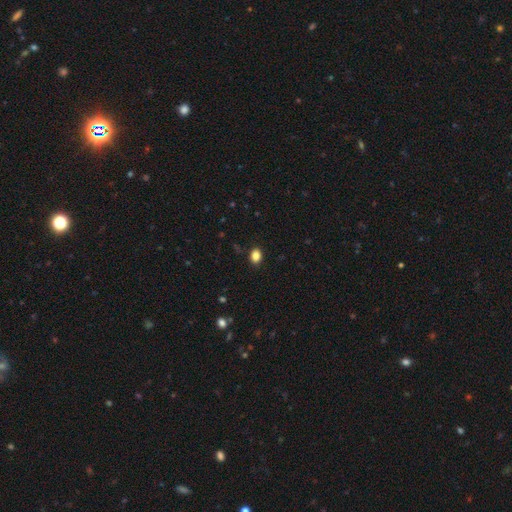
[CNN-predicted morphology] Smooth or featured? Predicted: smooth (p=0.86). How rounded? Predicted: in between (p=0.62). Merging? Predicted: none (p=0.88).